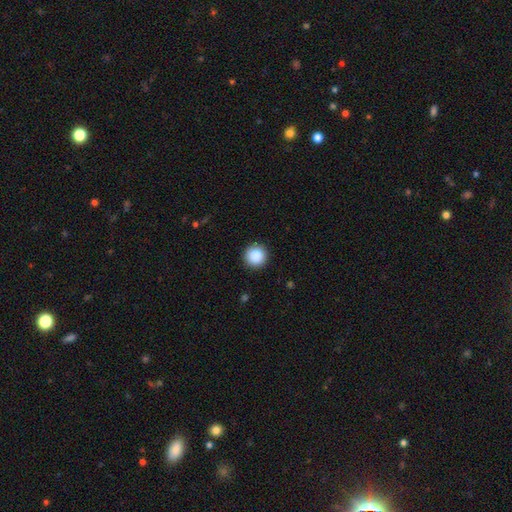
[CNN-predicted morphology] type=smooth (89%); roundness=round (96%); merging=none (92%).